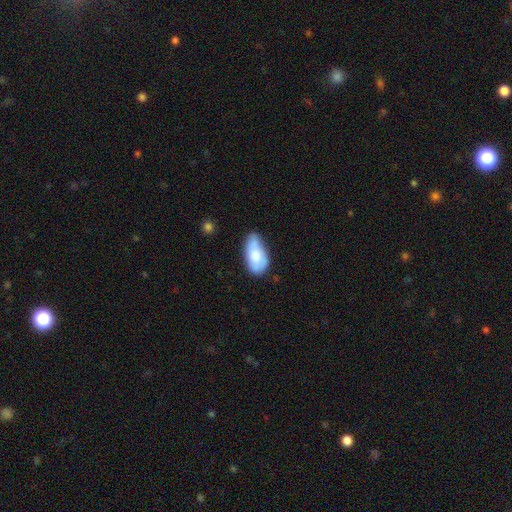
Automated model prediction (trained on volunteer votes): This is likely a smooth galaxy (76%). How rounded: clearly in between (93%). Merging: marginally none (44%).